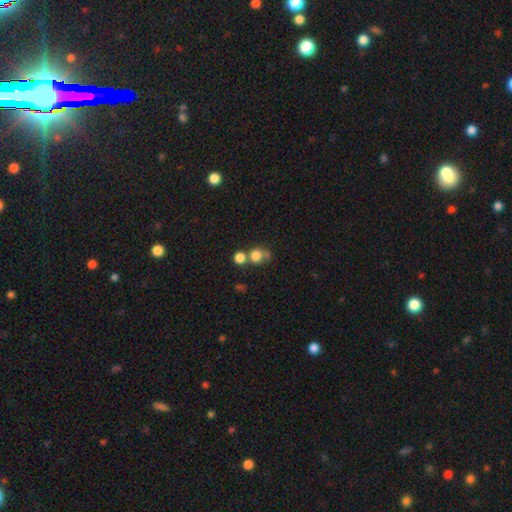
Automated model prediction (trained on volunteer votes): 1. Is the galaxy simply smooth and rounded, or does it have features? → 79% smooth, 12% star or artifact, 9% featured or disk.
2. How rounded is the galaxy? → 80% round, 19% in between, 1% cigar-shaped.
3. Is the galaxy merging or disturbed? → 44% none, 38% merger, 11% minor disturbance, 6% major disturbance.